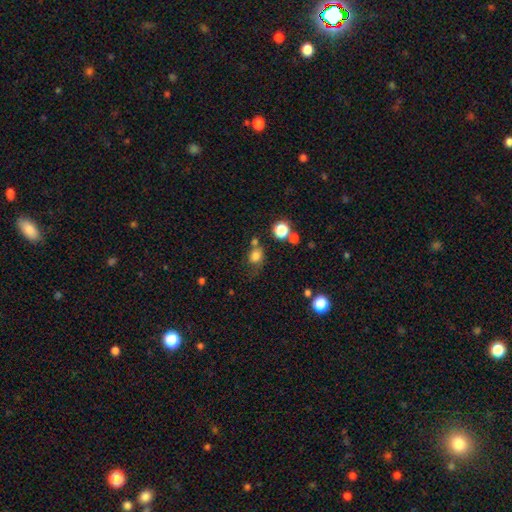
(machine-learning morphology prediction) smooth_or_featured: smooth (p=0.78) [alt: star or artifact p=0.14]
how_rounded: round (p=0.65) [alt: in between p=0.34]
merging: none (p=0.53) [alt: minor disturbance p=0.21]